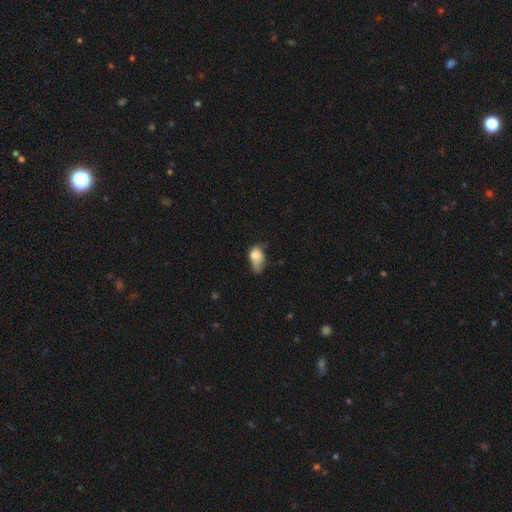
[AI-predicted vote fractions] Smooth or featured? Predicted: smooth (p=0.78). How rounded? Predicted: in between (p=0.82). Merging? Predicted: minor disturbance (p=0.45).